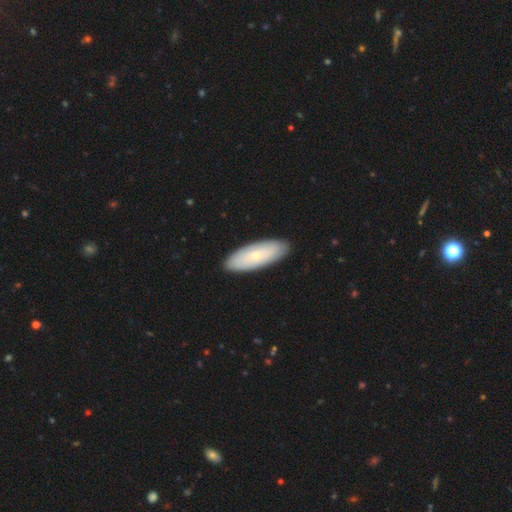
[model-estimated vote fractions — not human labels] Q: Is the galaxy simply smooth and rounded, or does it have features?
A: smooth — 60%.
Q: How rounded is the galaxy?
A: in between — 73%.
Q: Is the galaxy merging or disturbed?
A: none — 90%.